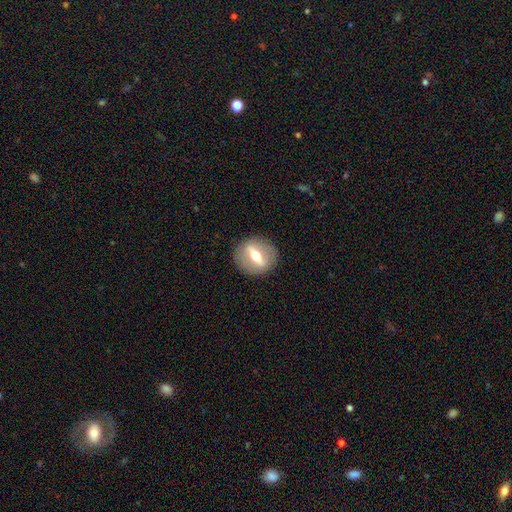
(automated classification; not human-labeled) Smooth or featured? Predicted: featured or disk (p=0.65). Edge-on disk? Predicted: no (p=0.56). Merging? Predicted: none (p=0.89).